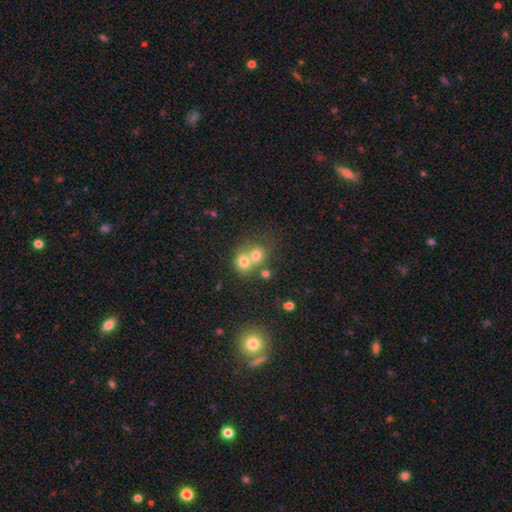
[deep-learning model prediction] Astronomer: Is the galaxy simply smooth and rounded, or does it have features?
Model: smooth — 71%.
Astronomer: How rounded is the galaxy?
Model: round — 76%.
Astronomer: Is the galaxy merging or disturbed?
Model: merger — 62%.